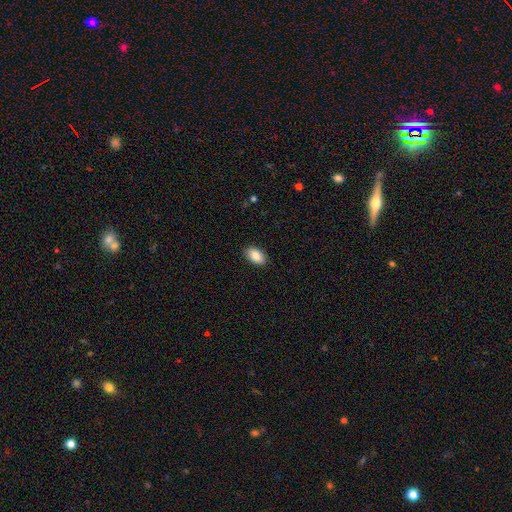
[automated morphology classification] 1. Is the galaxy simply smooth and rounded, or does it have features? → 87% smooth, 7% star or artifact, 6% featured or disk.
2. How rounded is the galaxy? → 93% in between, 5% round, 2% cigar-shaped.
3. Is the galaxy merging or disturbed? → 90% none, 8% minor disturbance, 2% major disturbance, 1% merger.